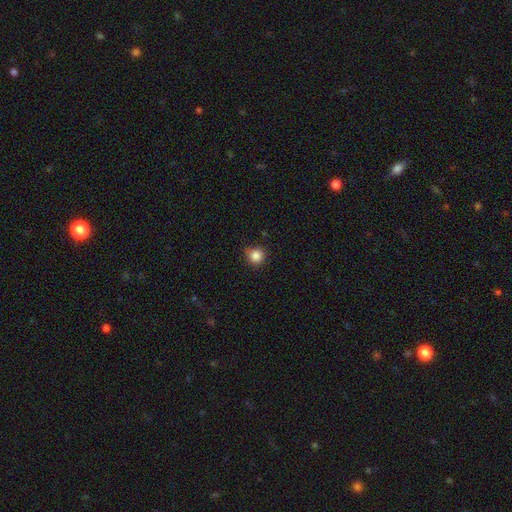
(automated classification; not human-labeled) Smooth or featured? smooth (85%)
How rounded? round (94%)
Merging? none (84%)